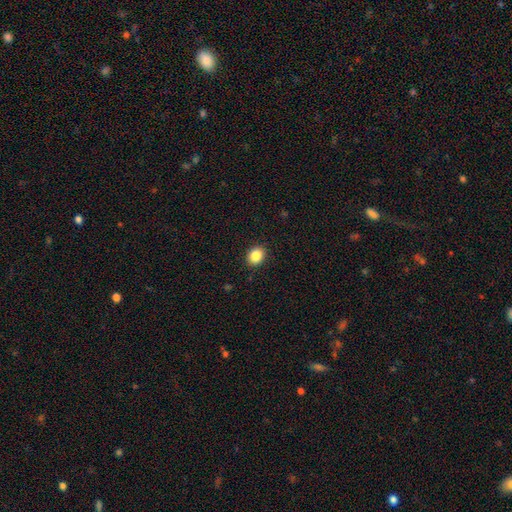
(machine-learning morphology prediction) A smooth galaxy with no disk features (86%) that is round (56%). Merging: none (90%).